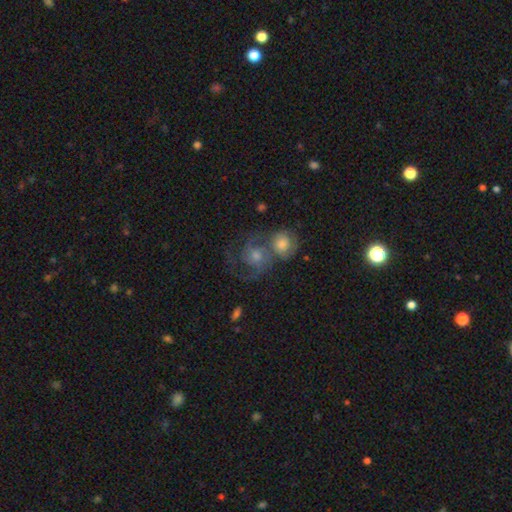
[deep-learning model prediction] smooth_or_featured: featured or disk (p=0.75) [alt: smooth p=0.17]
disk_edge_on: no (p=0.98) [alt: yes p=0.02]
bar: no (p=0.71) [alt: weak p=0.24]
has_spiral_arms: yes (p=0.93) [alt: no p=0.07]
spiral_winding: medium (p=0.49) [alt: tight p=0.37]
spiral_arm_count: 2 (p=0.56) [alt: 3 p=0.18]
bulge_size: moderate (p=0.57) [alt: small p=0.29]
merging: merger (p=0.45) [alt: none p=0.36]